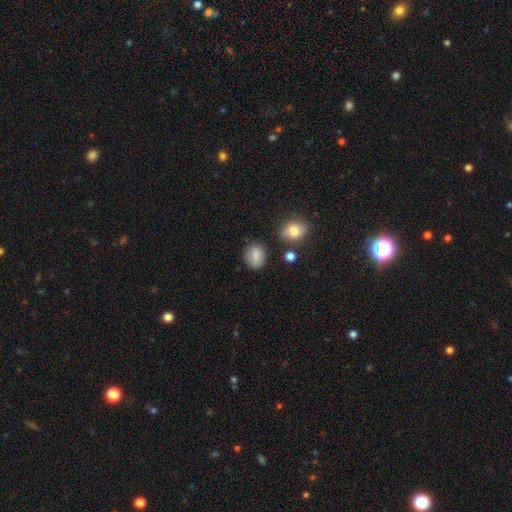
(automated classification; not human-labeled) smooth 74%, featured or disk 17%, star or artifact 9%. Down the decision tree: how rounded — round (54%); merging — none (79%).